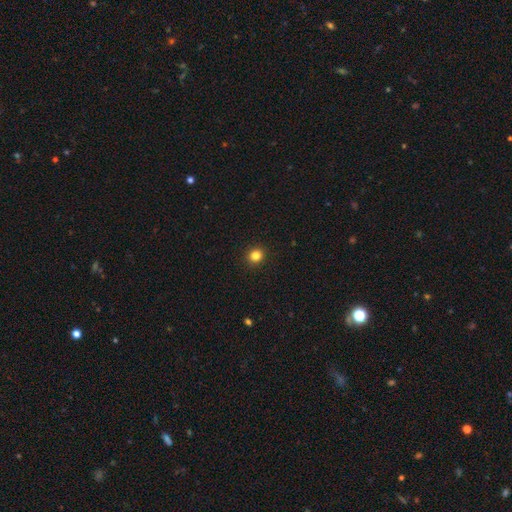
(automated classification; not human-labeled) Smooth or featured? Predicted: smooth (p=0.84). How rounded? Predicted: round (p=0.86). Merging? Predicted: none (p=0.93).